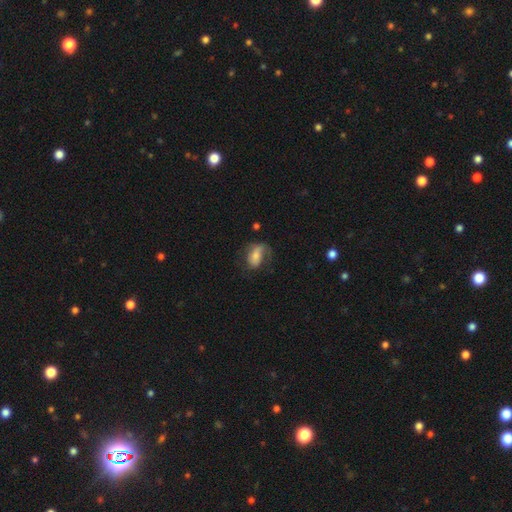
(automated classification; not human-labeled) A smooth galaxy with no disk features (55%) that is in between round and cigar-shaped (85%). Merging: none (42%).